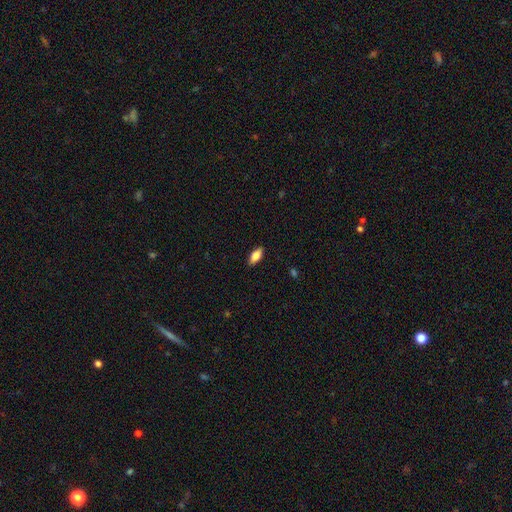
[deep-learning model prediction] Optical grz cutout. It shows a smooth galaxy with no disk features (80%) that is in between round and cigar-shaped (86%). Merging: none (88%).